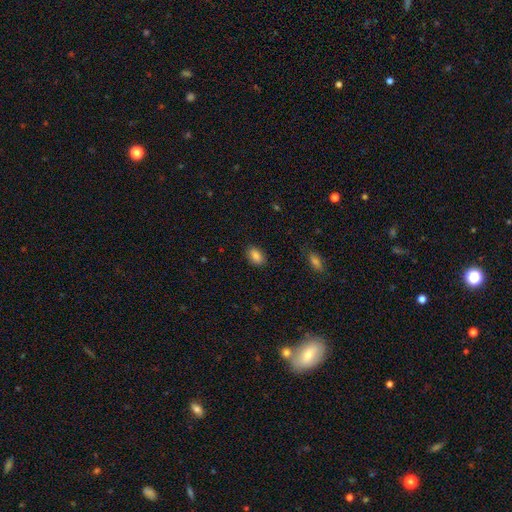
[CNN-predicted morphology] Q: Smooth or featured?
A: smooth (86%); runner-up: star or artifact (8%)
Q: How rounded?
A: in between (87%); runner-up: round (10%)
Q: Merging?
A: none (87%); runner-up: minor disturbance (10%)